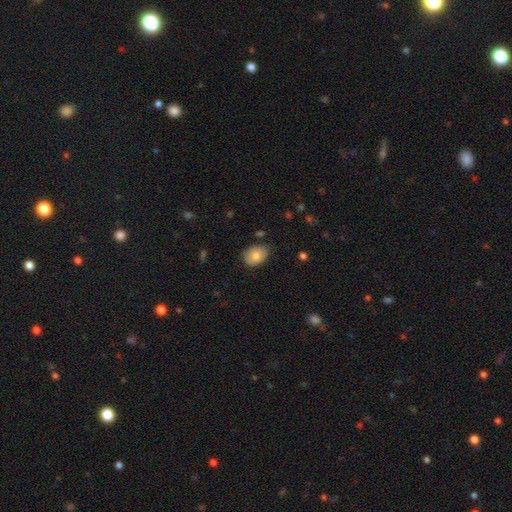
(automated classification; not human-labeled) The model was most divided on "how rounded": in between: 67%, round: 32%, cigar-shaped: 1%. More confident: smooth or featured — smooth (78%); merging — none (71%).